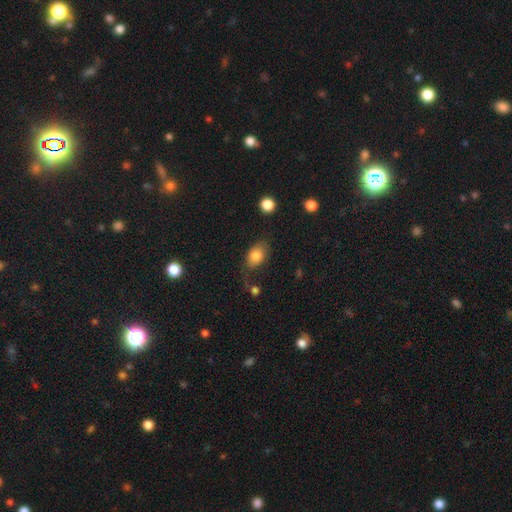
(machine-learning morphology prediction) Overall: smooth (82%). How rounded: in between (82%). Merging: none (59%; minor disturbance 24%).